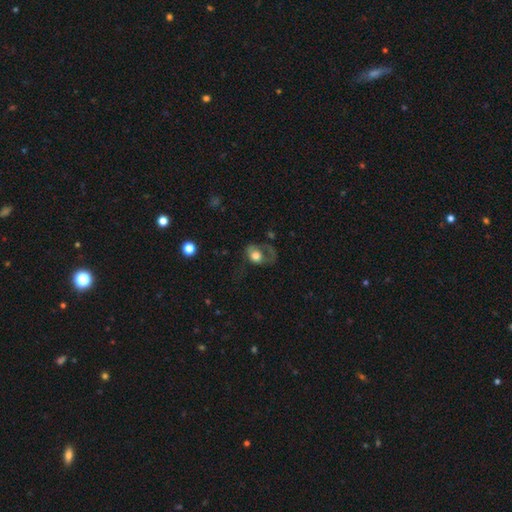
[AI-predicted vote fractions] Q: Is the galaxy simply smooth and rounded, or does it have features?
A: smooth — 59%.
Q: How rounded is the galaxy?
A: in between — 64%.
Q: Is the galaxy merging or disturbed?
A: major disturbance — 45%.